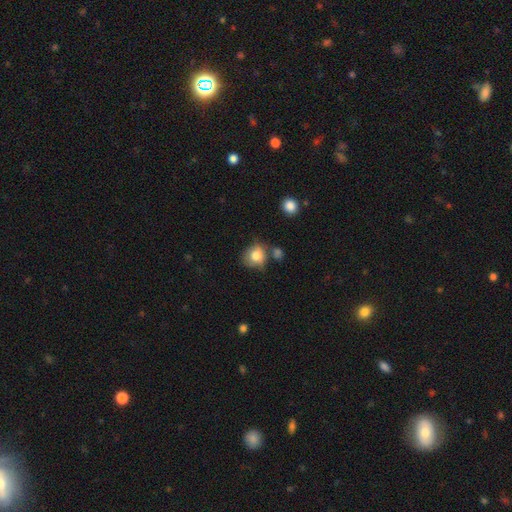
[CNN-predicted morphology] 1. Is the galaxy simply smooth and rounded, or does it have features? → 78% smooth, 12% featured or disk, 9% star or artifact.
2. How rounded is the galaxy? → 77% round, 22% in between, 1% cigar-shaped.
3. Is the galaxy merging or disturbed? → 55% none, 25% minor disturbance, 11% merger, 8% major disturbance.